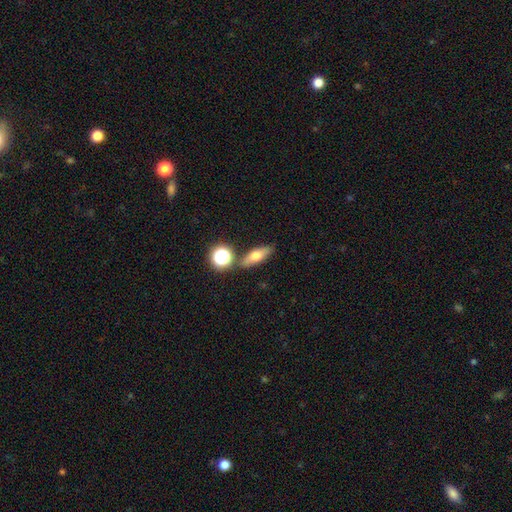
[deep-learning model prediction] smooth 62%, featured or disk 27%, star or artifact 11%. Down the decision tree: how rounded — in between (56%); merging — none (78%).